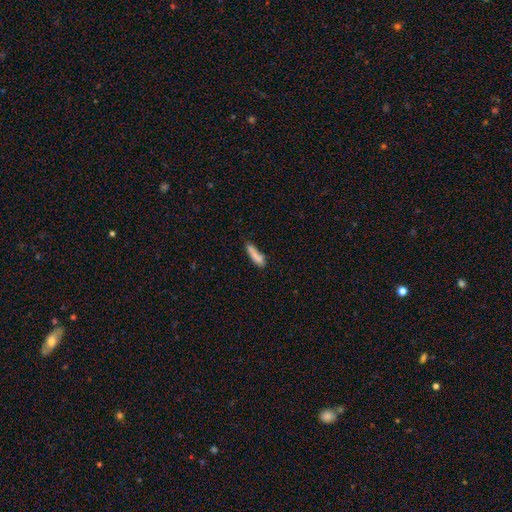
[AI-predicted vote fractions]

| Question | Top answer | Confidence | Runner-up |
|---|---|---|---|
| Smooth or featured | smooth | 78% | featured or disk (14%) |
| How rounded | cigar-shaped | 73% | in between (24%) |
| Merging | none | 55% | minor disturbance (23%) |